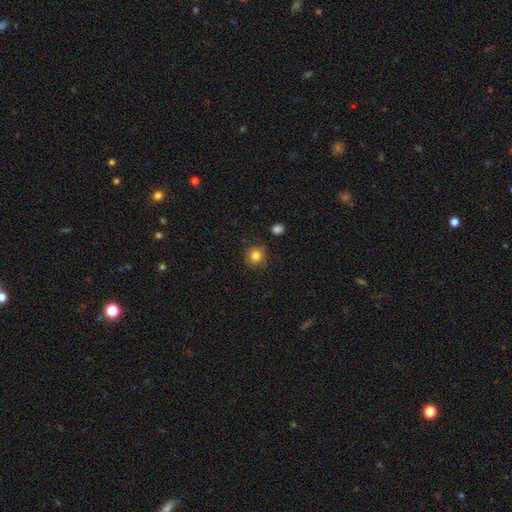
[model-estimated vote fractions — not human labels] A smooth galaxy with no disk features (83%) that is round (90%). Merging: none (86%).